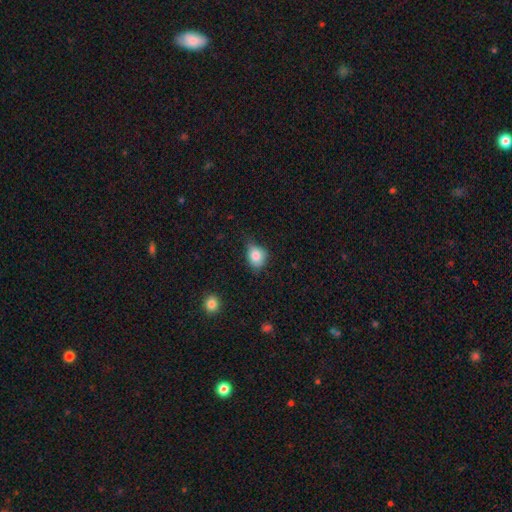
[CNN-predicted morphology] The model was most divided on "how rounded": round: 55%, in between: 44%, cigar-shaped: 1%. More confident: smooth or featured — smooth (82%); merging — none (51%).